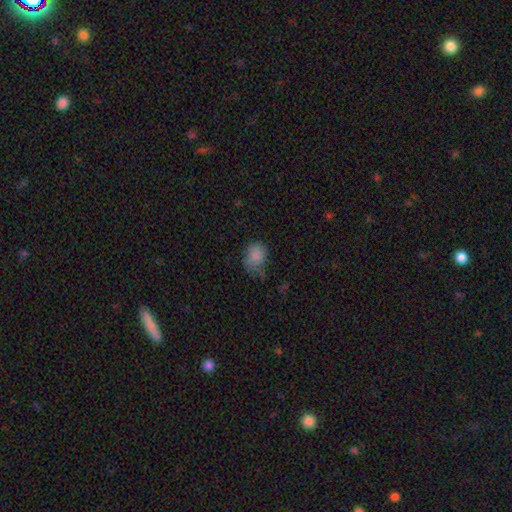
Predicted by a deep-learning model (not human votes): Smooth or featured? smooth (82%)
How rounded? in between (53%)
Merging? none (50%)